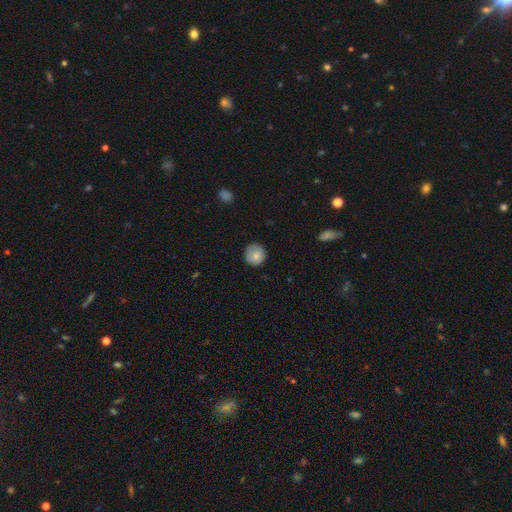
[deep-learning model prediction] Q: Smooth or featured?
A: smooth (83%); runner-up: featured or disk (9%)
Q: How rounded?
A: round (91%); runner-up: in between (8%)
Q: Merging?
A: none (79%); runner-up: minor disturbance (16%)